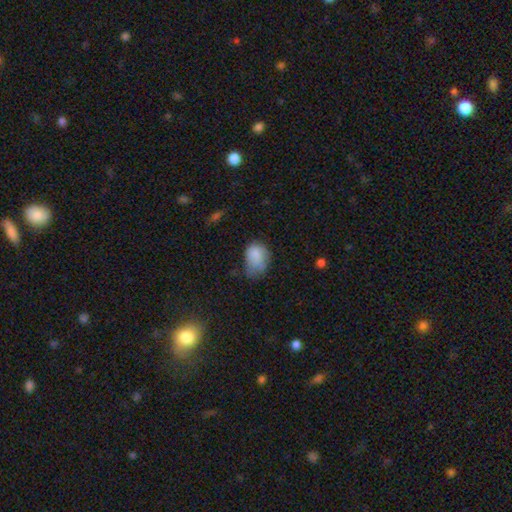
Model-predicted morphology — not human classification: This is clearly a smooth galaxy (81%). How rounded: likely in between (72%). Merging: marginally minor disturbance (42%).